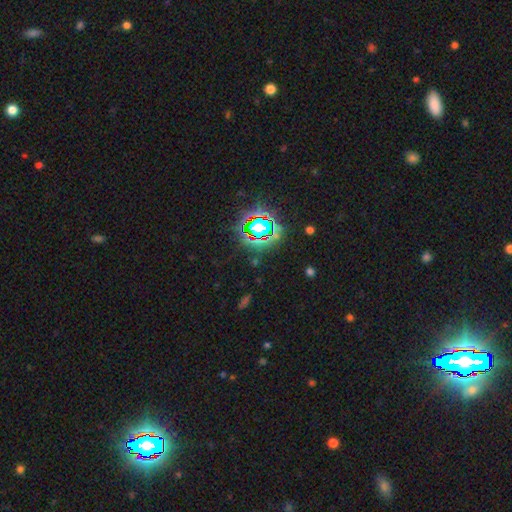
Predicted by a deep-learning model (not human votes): Q: Smooth or featured?
A: star or artifact (76%); runner-up: smooth (15%)